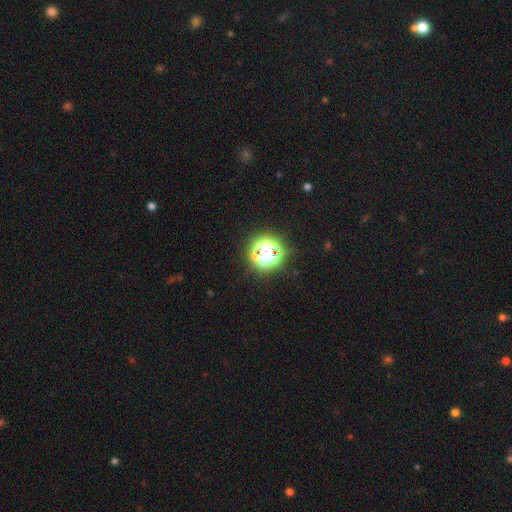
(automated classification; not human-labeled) A star or artifact, not a galaxy (71%).